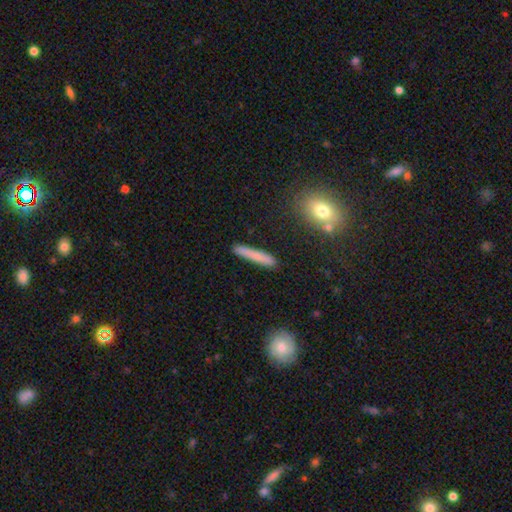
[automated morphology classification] Smooth or featured: smooth — 72% (featured or disk — 20%)
How rounded: cigar-shaped — 94% (in between — 4%)
Merging: none — 86% (minor disturbance — 10%)